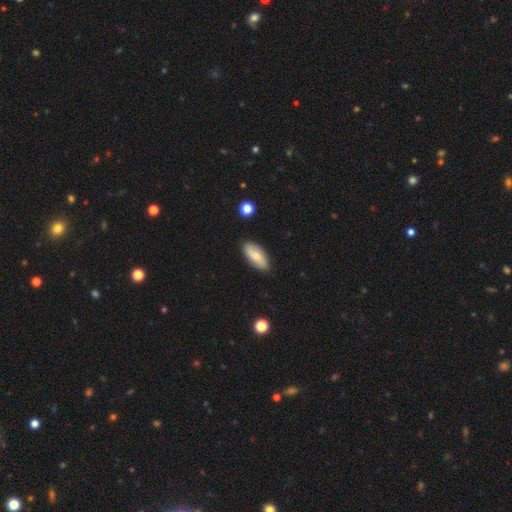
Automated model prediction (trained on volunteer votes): Overall: smooth (76%). How rounded: in between (84%). Merging: none (86%).